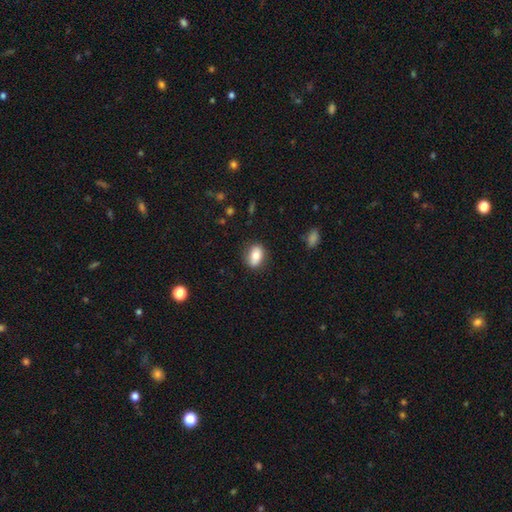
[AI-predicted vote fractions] A smooth galaxy with no disk features (77%) that is in between round and cigar-shaped (79%).

Vote fractions:
- Smooth or featured? smooth: 77% / featured or disk: 15% / star or artifact: 8%
- How rounded? in between: 79% / round: 18% / cigar-shaped: 3%
- Merging? none: 82% / minor disturbance: 13% / major disturbance: 3% / merger: 1%